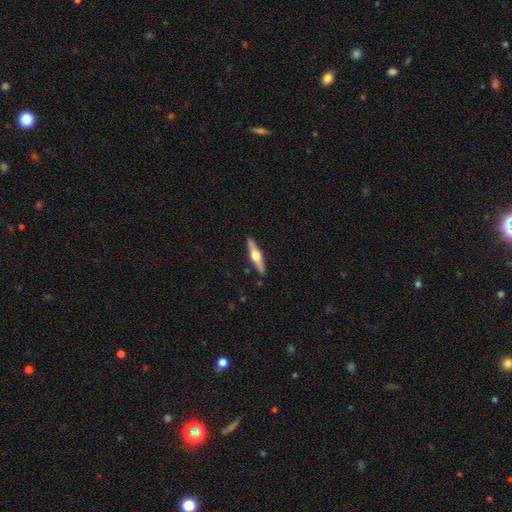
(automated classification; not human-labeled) Smooth or featured?
  - featured or disk: 67% *
  - smooth: 28%
  - star or artifact: 5%
Edge-on disk?
  - yes: 97% *
  - no: 3%
Edge-on bulge?
  - rounded: 93% *
  - boxy: 5%
  - none: 2%
Merging?
  - none: 90% *
  - minor disturbance: 8%
  - major disturbance: 2%
  - merger: 1%